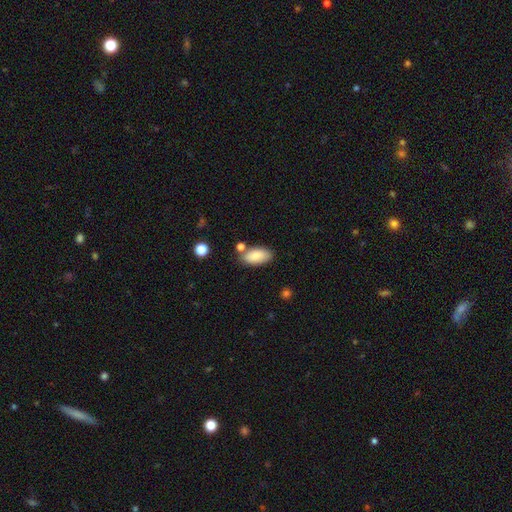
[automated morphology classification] smooth 82%, featured or disk 10%, star or artifact 7%. Down the decision tree: how rounded — in between (92%); merging — none (72%).